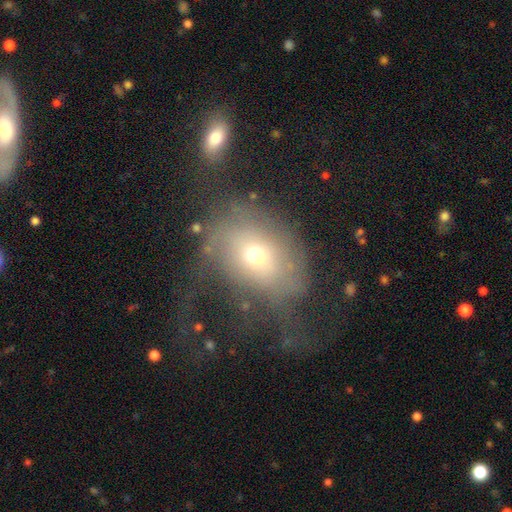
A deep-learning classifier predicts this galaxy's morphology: This appears to be a smooth galaxy with no disk features (53%) that is in between round and cigar-shaped (57%). Merging: major disturbance (46%).